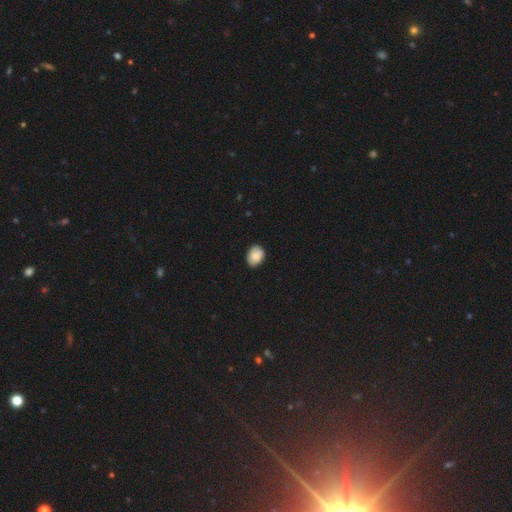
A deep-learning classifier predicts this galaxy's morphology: Q: Smooth or featured?
A: smooth (80%); runner-up: featured or disk (12%)
Q: How rounded?
A: in between (69%); runner-up: round (30%)
Q: Merging?
A: none (81%); runner-up: minor disturbance (15%)